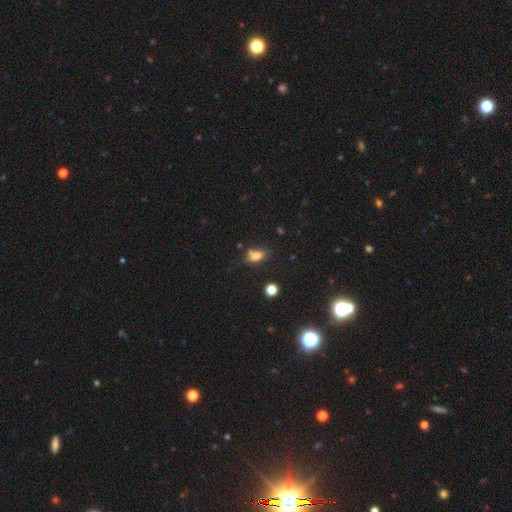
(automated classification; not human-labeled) Overall: smooth (71%). How rounded: in between (78%). Merging: none (59%).